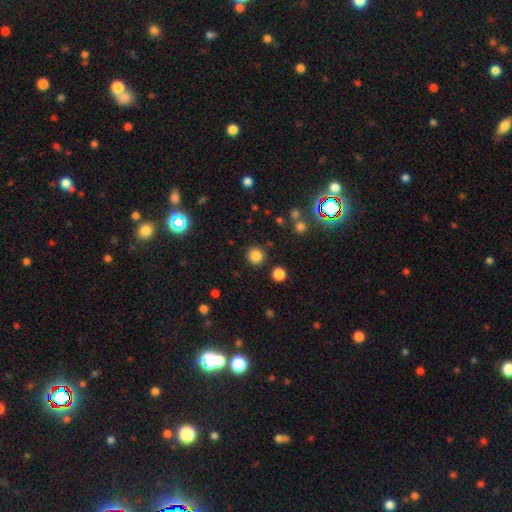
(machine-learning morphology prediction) Smooth or featured?
  - smooth: 83% *
  - star or artifact: 12%
  - featured or disk: 4%
How rounded?
  - round: 94% *
  - in between: 5%
  - cigar-shaped: 1%
Merging?
  - none: 89% *
  - minor disturbance: 6%
  - merger: 3%
  - major disturbance: 2%